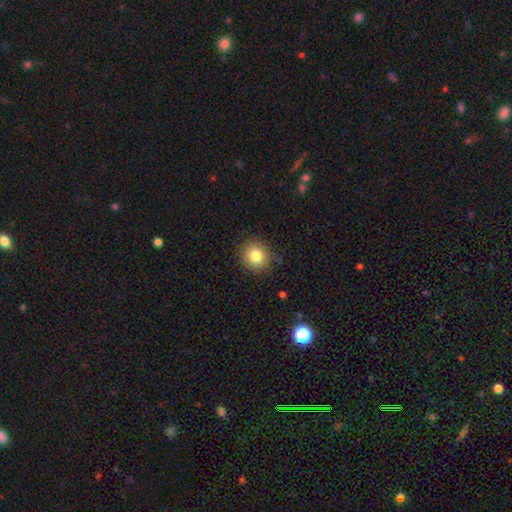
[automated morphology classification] type=smooth (82%); roundness=round (88%); merging=none (85%).